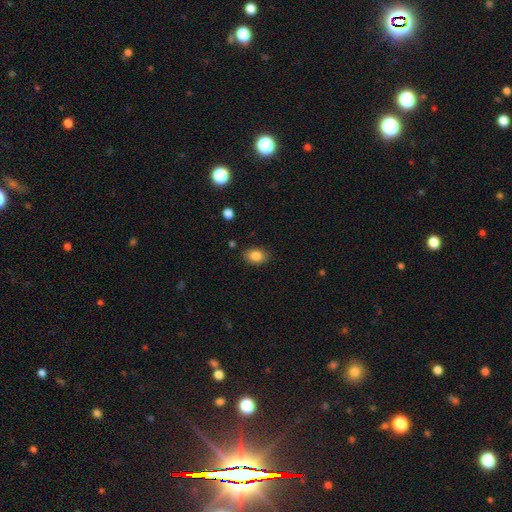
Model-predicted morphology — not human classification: This appears to be a smooth galaxy with no disk features (85%) that is in between round and cigar-shaped (79%). Merging: none (86%).